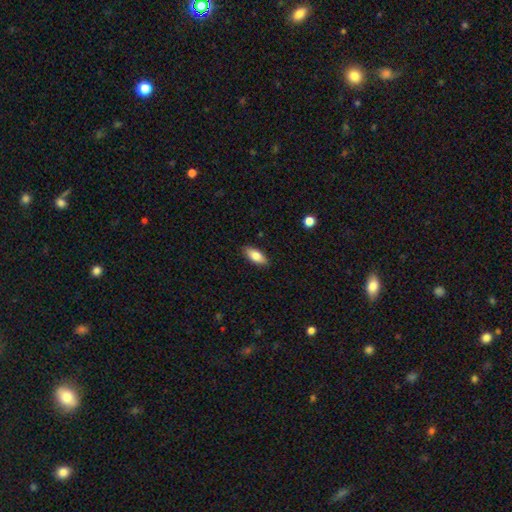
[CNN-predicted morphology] Smooth or featured? smooth (79%)
How rounded? in between (83%)
Merging? none (87%)